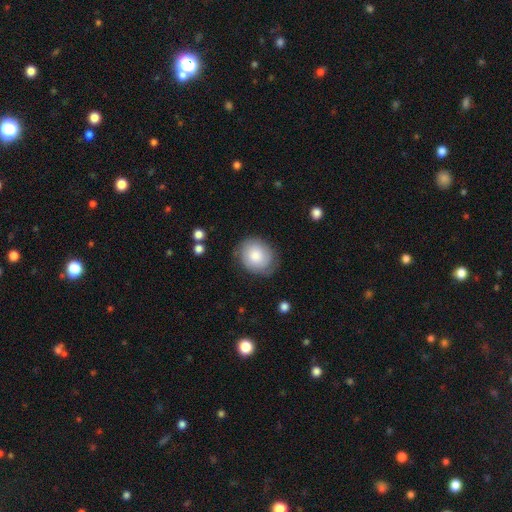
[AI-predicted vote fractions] smooth 65%, featured or disk 28%, star or artifact 7%. Down the decision tree: how rounded — round (64%); merging — none (70%).